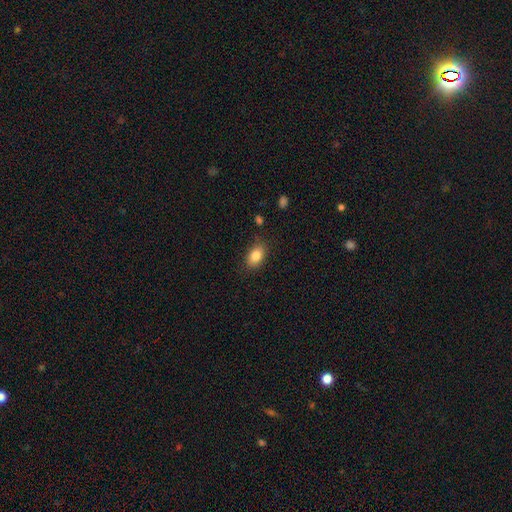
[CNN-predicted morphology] This appears to be a smooth galaxy with no disk features (85%) that is in between round and cigar-shaped (87%). Merging: none (82%).